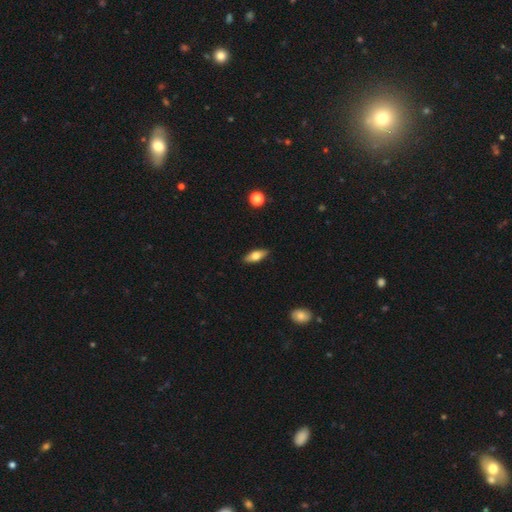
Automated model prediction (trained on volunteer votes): This appears to be a smooth galaxy with no disk features (65%) that is in between round and cigar-shaped (72%). Merging: none (88%).